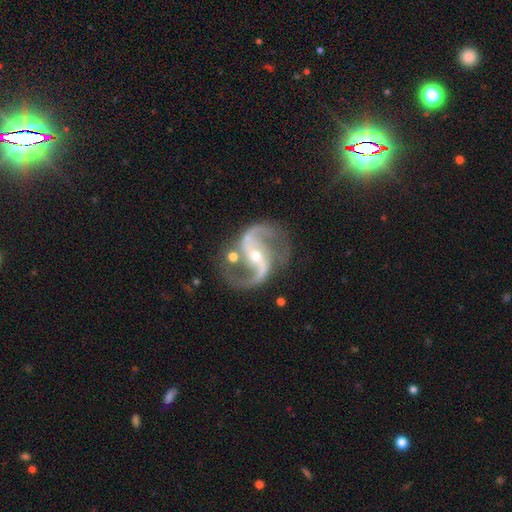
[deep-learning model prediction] smooth-or-featured: featured or disk: 93% | star or artifact: 5% | smooth: 2%
  disk-edge-on: no: 98% | yes: 2%
    bar: strong: 44% | weak: 31% | no: 25%
    has-spiral-arms: yes: 98% | no: 2%
      spiral-winding: medium: 51% | loose: 40% | tight: 9%
      spiral-arm-count: 2: 94% | 3: 1% | can't tell: 1% | 1: 1% | 4: 1% | more than 4: 1%
    bulge-size: small: 62% | moderate: 34% | large: 1% | none: 1% | dominant: 1%
  merging: none: 74% | minor disturbance: 14% | major disturbance: 7% | merger: 5%